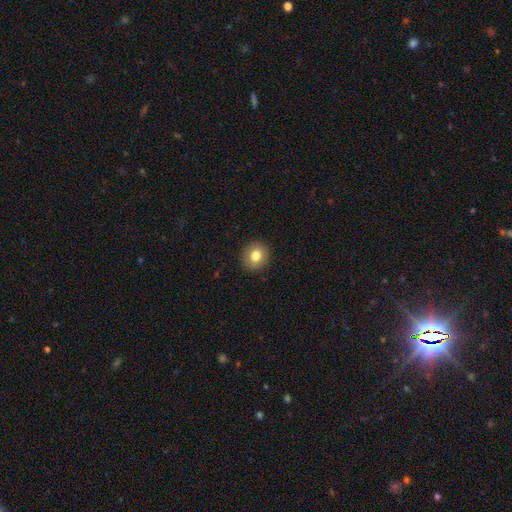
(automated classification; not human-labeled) Overall: smooth (81%). How rounded: round (80%). Merging: none (91%).